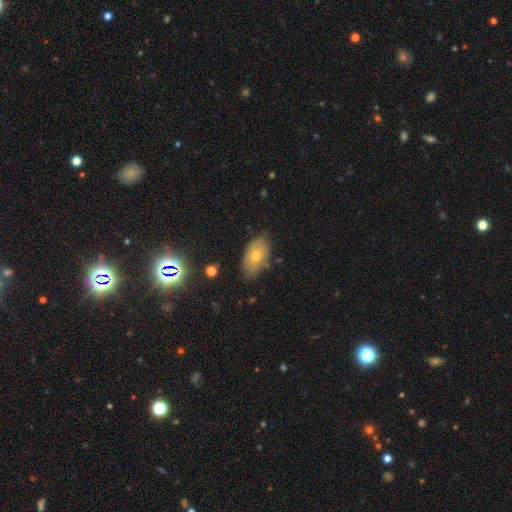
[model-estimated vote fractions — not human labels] smooth-or-featured: smooth: 49% | featured or disk: 34% | star or artifact: 17%
  merging: none: 79% | minor disturbance: 16% | major disturbance: 3% | merger: 2%